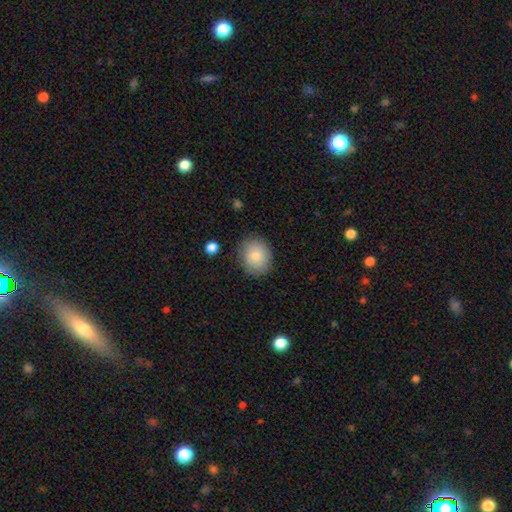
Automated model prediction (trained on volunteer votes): The model was most divided on "how rounded": round: 68%, in between: 32%, cigar-shaped: 1%. More confident: merging — none (85%); smooth or featured — smooth (81%).